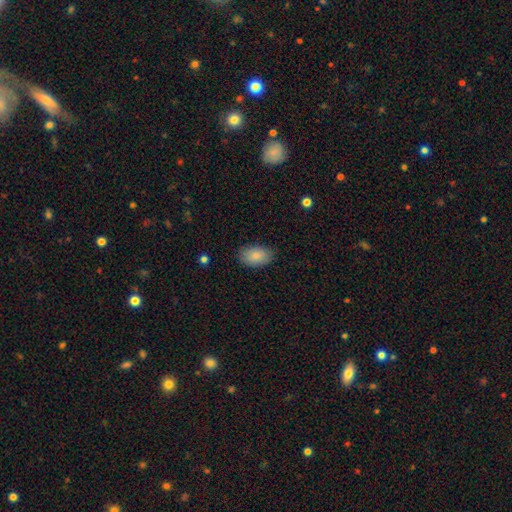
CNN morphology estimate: smooth 86%, featured or disk 8%, star or artifact 7%. Down the decision tree: how rounded — in between (90%); merging — none (83%).